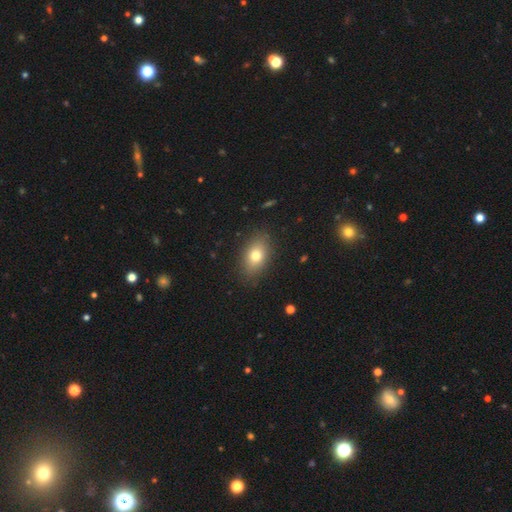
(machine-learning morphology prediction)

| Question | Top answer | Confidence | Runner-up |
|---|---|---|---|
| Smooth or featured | smooth | 76% | featured or disk (15%) |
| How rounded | in between | 84% | round (13%) |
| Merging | none | 86% | minor disturbance (10%) |